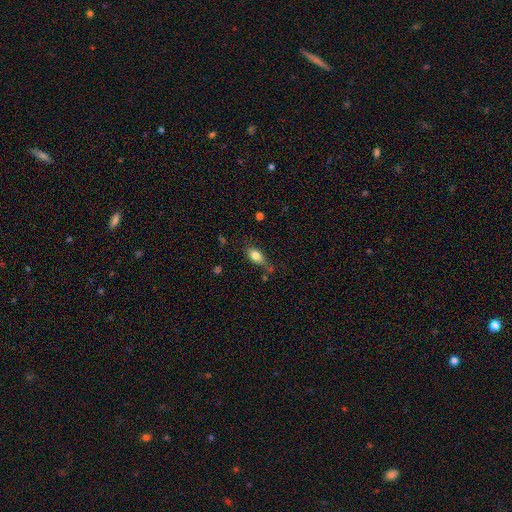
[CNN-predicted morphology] Overall: smooth (79%). How rounded: in between (84%). Merging: none (55%; minor disturbance 28%).